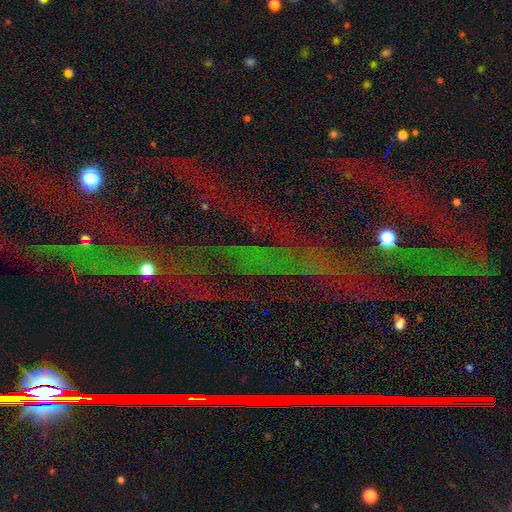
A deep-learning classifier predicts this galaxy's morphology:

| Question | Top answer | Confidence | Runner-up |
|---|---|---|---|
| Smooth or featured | star or artifact | 83% | featured or disk (9%) |